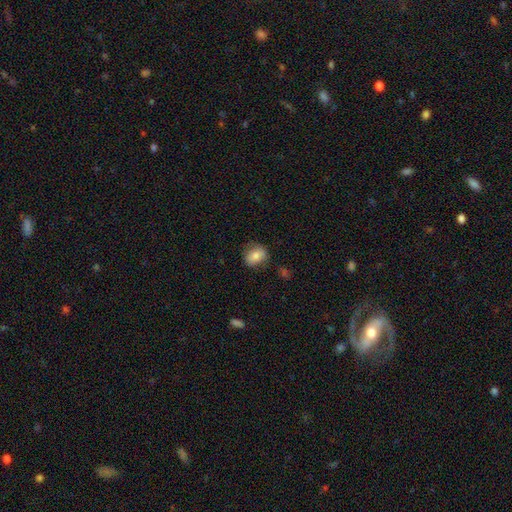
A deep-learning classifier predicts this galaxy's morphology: Smooth or featured: smooth — 77% (featured or disk — 14%)
How rounded: round — 52% (in between — 46%)
Merging: none — 73% (minor disturbance — 20%)